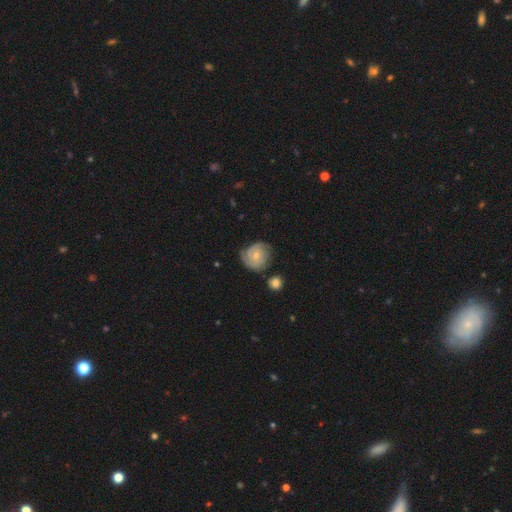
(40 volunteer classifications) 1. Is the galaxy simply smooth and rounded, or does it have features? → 80% featured or disk, 12% smooth, 8% star or artifact.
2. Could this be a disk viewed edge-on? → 94% no, 6% yes.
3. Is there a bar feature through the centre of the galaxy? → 73% no, 23% weak, 3% strong.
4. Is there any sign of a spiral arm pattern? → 97% yes, 3% no.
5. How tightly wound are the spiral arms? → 86% tight, 10% medium, 3% loose.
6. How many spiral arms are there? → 45% can't tell, 28% 2, 24% 3, 3% more than 4, 0% 1, 0% 4.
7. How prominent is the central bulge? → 53% moderate, 47% small, 0% dominant, 0% large, 0% none.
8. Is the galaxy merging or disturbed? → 73% none, 16% minor disturbance, 8% major disturbance, 3% merger.